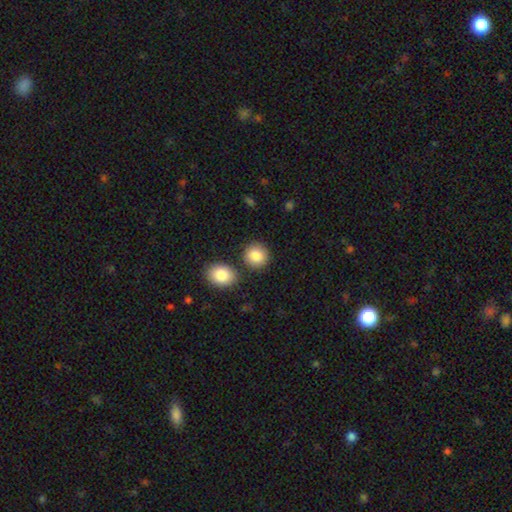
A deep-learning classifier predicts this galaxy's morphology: type=smooth (87%); roundness=round (81%); merging=none (81%).